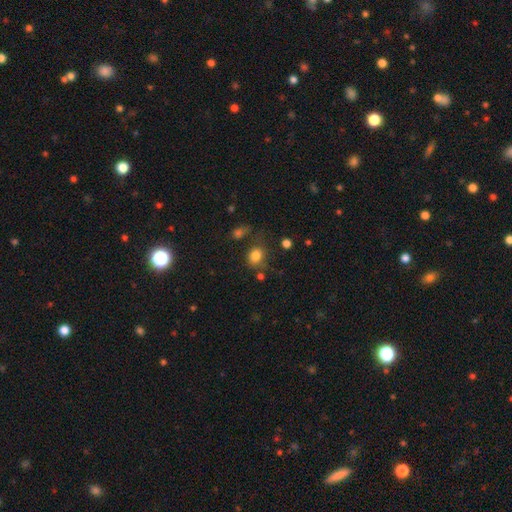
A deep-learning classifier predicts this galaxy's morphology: Smooth or featured?
  - smooth: 81% *
  - star or artifact: 12%
  - featured or disk: 7%
How rounded?
  - round: 62% *
  - in between: 37%
  - cigar-shaped: 1%
Merging?
  - none: 66% *
  - minor disturbance: 18%
  - merger: 8%
  - major disturbance: 7%